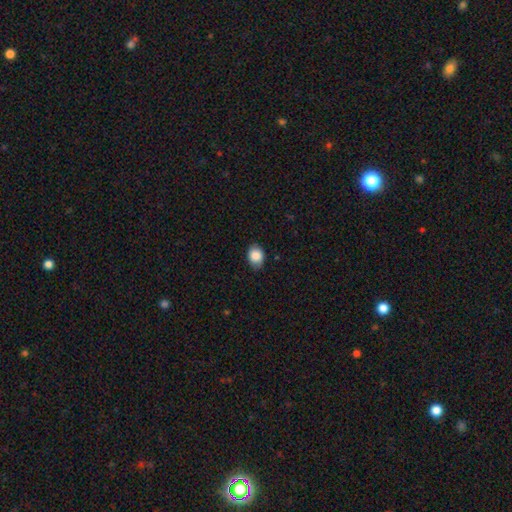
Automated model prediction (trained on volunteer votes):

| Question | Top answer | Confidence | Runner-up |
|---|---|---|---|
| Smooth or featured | smooth | 87% | star or artifact (8%) |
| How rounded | in between | 64% | round (35%) |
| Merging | none | 80% | minor disturbance (16%) |